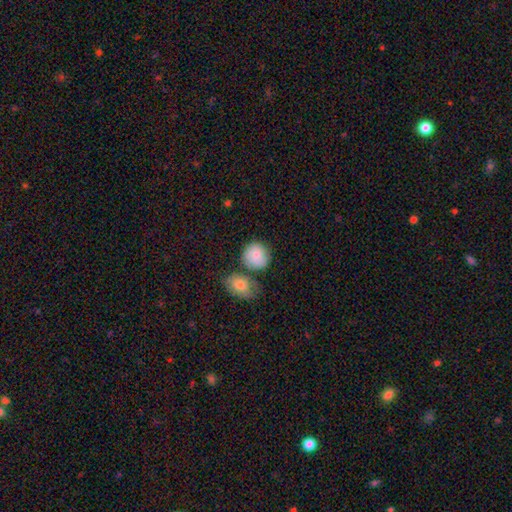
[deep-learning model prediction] This is clearly a smooth galaxy (84%). How rounded: clearly round (82%). Merging: possibly none (59%).